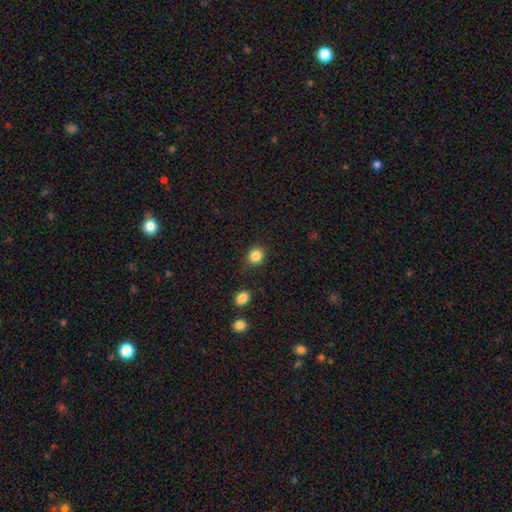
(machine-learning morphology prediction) Smooth or featured? Predicted: smooth (p=0.86). How rounded? Predicted: round (p=0.79). Merging? Predicted: none (p=0.83).